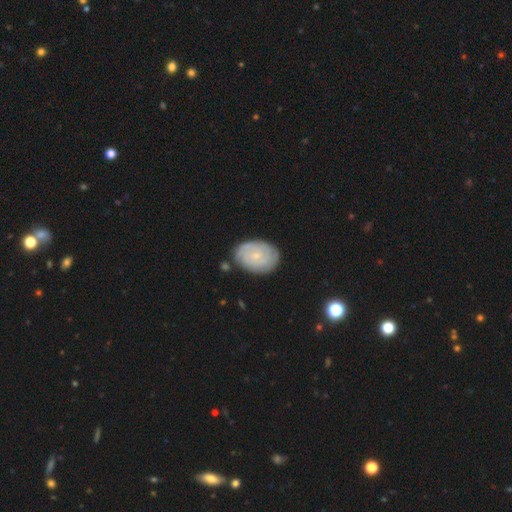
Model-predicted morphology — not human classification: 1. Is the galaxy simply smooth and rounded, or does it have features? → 67% featured or disk, 27% smooth, 7% star or artifact.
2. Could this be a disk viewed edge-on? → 97% no, 3% yes.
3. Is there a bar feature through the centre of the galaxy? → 74% no, 23% weak, 4% strong.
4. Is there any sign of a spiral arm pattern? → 88% yes, 12% no.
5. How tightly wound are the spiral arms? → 77% tight, 17% medium, 5% loose.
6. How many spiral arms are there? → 46% can't tell, 18% 2, 13% 3, 11% 4, 6% more than 4, 5% 1.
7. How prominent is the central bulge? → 81% small, 15% moderate, 3% none, 1% large, 1% dominant.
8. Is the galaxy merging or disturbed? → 78% none, 16% minor disturbance, 4% major disturbance, 3% merger.